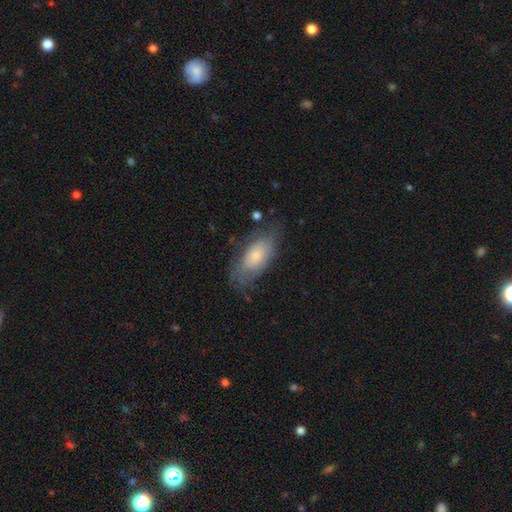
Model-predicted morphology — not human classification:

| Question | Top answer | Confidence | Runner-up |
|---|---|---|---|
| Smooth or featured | smooth | 65% | featured or disk (28%) |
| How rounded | in between | 88% | cigar-shaped (8%) |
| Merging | none | 62% | minor disturbance (25%) |